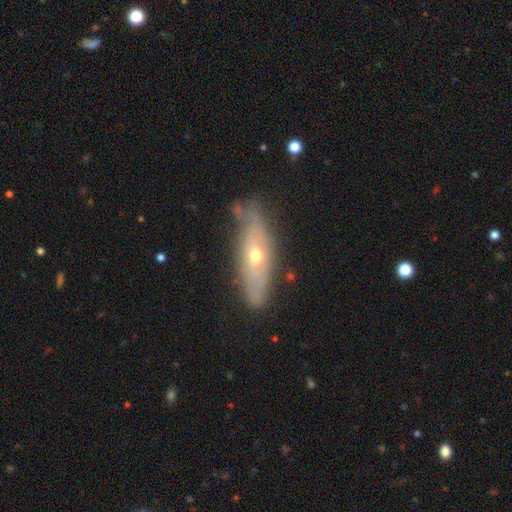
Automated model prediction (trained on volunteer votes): This is possibly a featured or disk galaxy (58%). It is possibly not viewed edge-on (55%). Merging: likely none (67%).